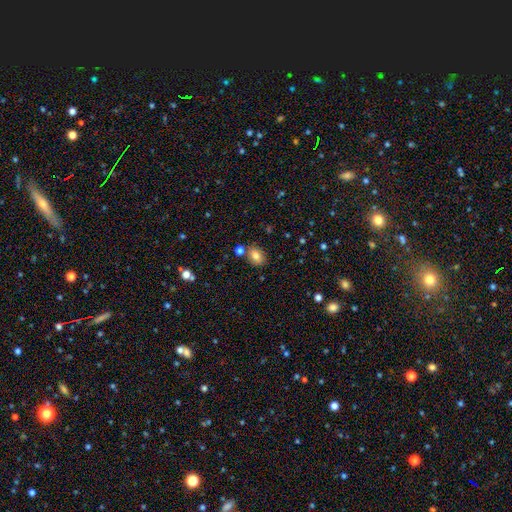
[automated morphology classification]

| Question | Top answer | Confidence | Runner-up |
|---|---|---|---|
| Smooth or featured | smooth | 80% | star or artifact (11%) |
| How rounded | in between | 68% | round (31%) |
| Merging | none | 77% | minor disturbance (12%) |